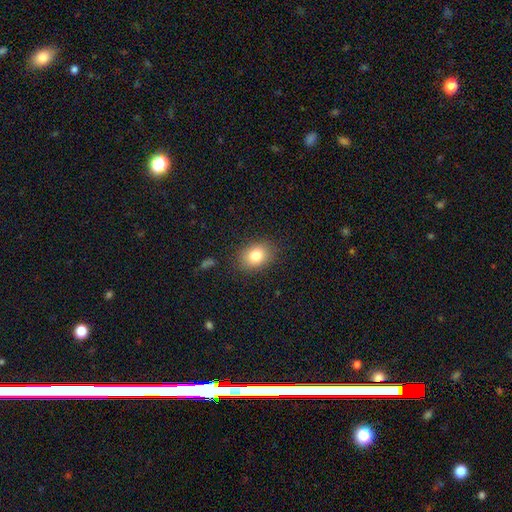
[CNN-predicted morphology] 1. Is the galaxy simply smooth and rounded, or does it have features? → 81% smooth, 10% featured or disk, 10% star or artifact.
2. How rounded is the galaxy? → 67% in between, 32% round, 1% cigar-shaped.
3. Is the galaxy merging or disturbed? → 85% none, 11% minor disturbance, 3% major disturbance, 1% merger.